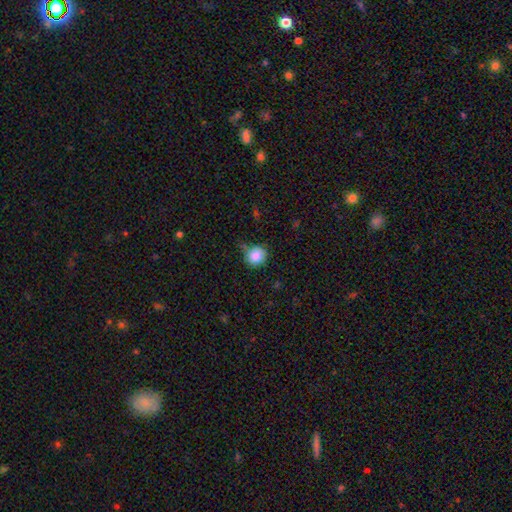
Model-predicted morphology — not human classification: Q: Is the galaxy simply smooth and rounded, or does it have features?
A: smooth — 87%.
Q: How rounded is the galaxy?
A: round — 82%.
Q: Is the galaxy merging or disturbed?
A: none — 70%.